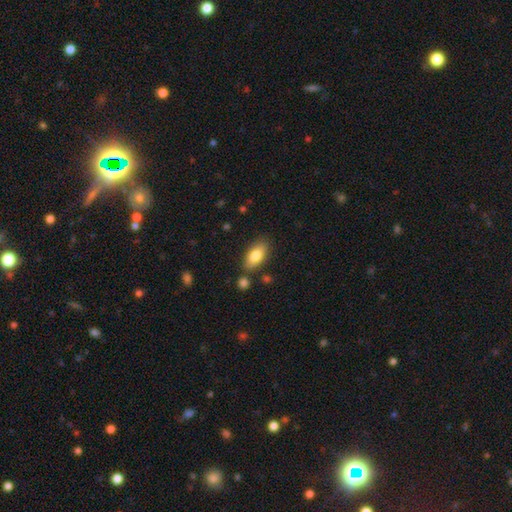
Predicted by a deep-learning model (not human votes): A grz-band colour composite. It shows a smooth galaxy with no disk features (79%) that is in between round and cigar-shaped (88%). Merging: none (81%).